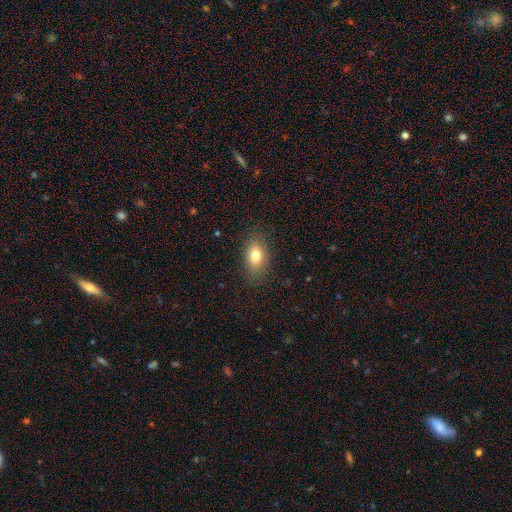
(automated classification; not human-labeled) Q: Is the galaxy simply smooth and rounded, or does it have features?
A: smooth — 78%.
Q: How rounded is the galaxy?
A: in between — 85%.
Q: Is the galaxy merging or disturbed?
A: none — 83%.